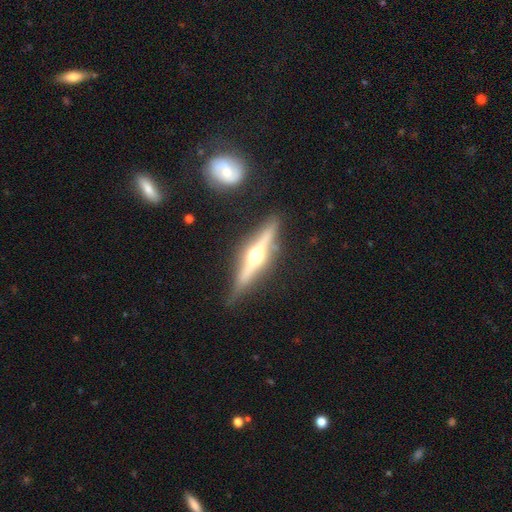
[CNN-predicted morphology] This is likely a featured or disk galaxy (79%). It is clearly viewed edge-on (97%). Edge-on bulge: clearly rounded (96%). Merging: clearly none (86%).